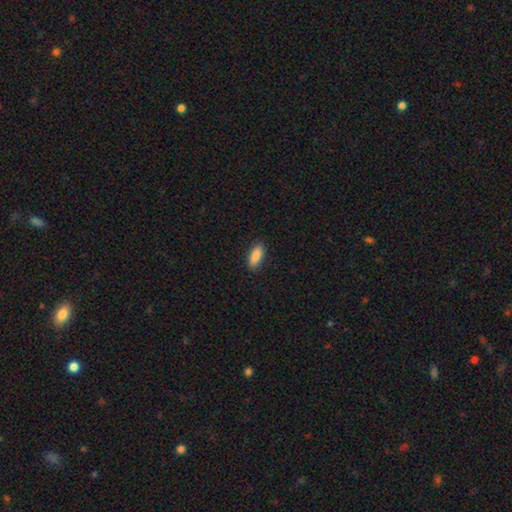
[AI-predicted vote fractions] Overall: smooth (89%). How rounded: in between (79%). Merging: none (87%).